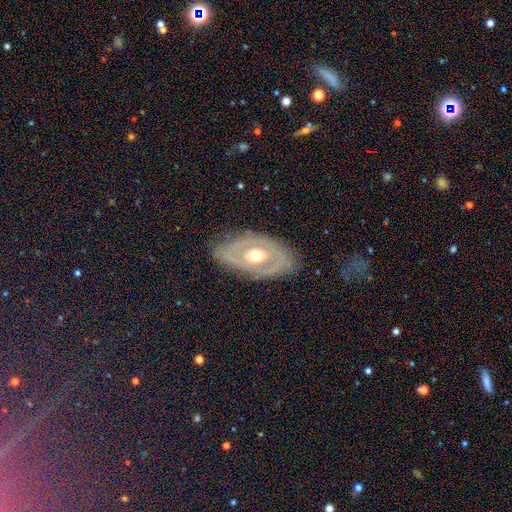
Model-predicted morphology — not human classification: Overall: featured or disk (76%). Edge-on disk: no (90%). Bar: no (77%). Spiral arms: no (61%; yes 39%). Bulge size: moderate (76%). Merging: none (77%).